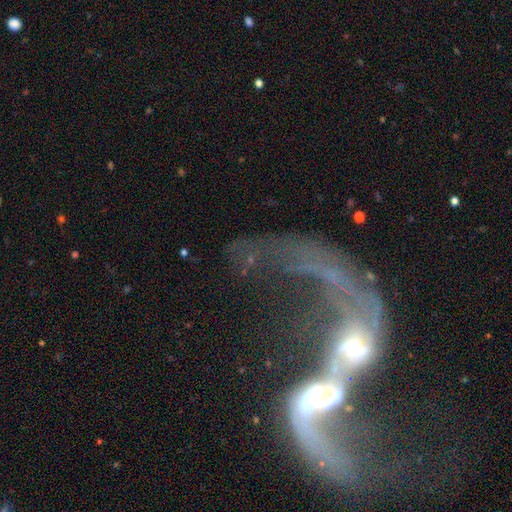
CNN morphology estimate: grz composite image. It shows a featured or disk galaxy (75%) with no bar (58%), spiral arms (70%) and a moderate central bulge (45%). Merging: merger (71%).